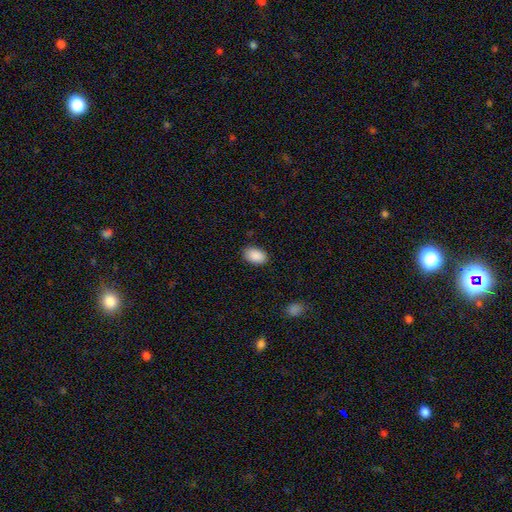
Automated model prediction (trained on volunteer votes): A smooth galaxy with no disk features (91%) that is in between round and cigar-shaped (90%). Merging: none (87%).